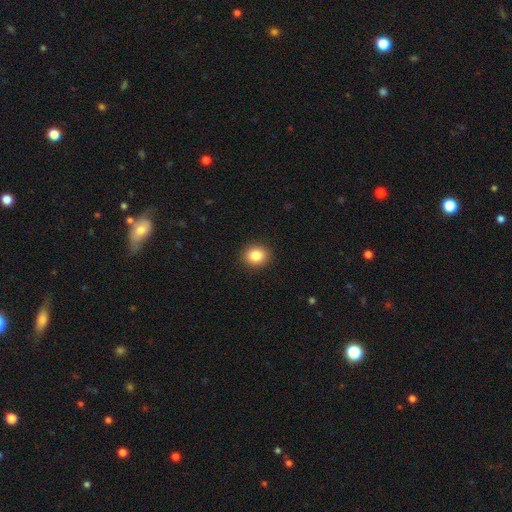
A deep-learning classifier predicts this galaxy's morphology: This is clearly a smooth galaxy (85%). How rounded: likely round (72%). Merging: clearly none (91%).